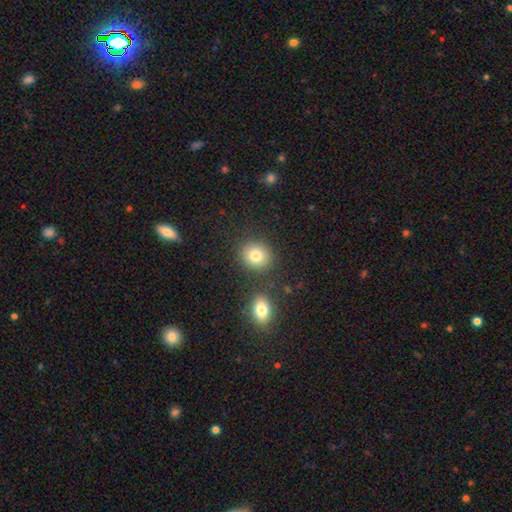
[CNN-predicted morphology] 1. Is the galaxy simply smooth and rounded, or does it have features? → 81% smooth, 11% star or artifact, 8% featured or disk.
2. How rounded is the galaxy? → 74% round, 26% in between, 1% cigar-shaped.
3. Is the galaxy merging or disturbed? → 79% none, 9% minor disturbance, 9% merger, 3% major disturbance.